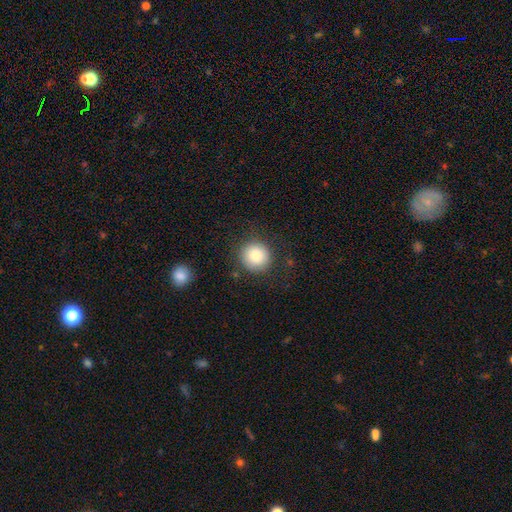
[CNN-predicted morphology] Smooth or featured?
  - smooth: 84% *
  - star or artifact: 9%
  - featured or disk: 8%
How rounded?
  - round: 92% *
  - in between: 7%
  - cigar-shaped: 1%
Merging?
  - none: 84% *
  - minor disturbance: 10%
  - major disturbance: 4%
  - merger: 2%